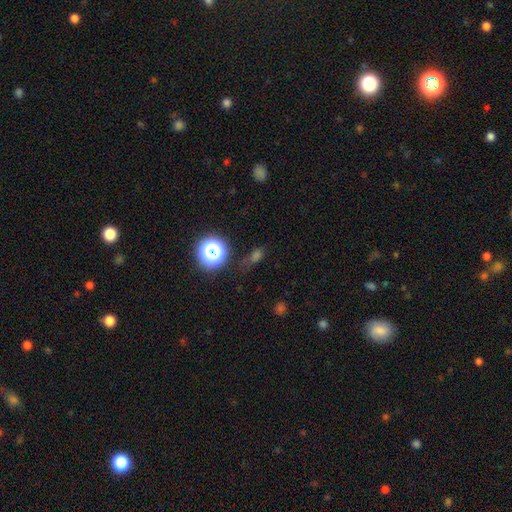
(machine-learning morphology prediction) Q: Smooth or featured?
A: smooth (49%); runner-up: star or artifact (42%)
Q: Merging?
A: none (68%); runner-up: minor disturbance (16%)